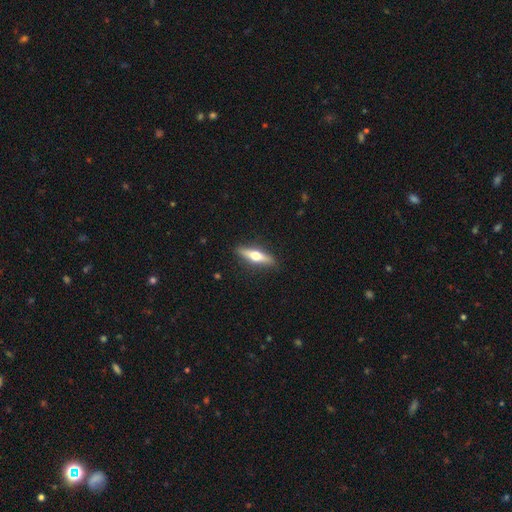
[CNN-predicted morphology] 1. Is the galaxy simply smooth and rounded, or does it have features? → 54% featured or disk, 40% smooth, 6% star or artifact.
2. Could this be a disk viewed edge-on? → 93% yes, 7% no.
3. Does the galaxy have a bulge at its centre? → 95% rounded, 3% none, 2% boxy.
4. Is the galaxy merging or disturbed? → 90% none, 8% minor disturbance, 2% major disturbance, 1% merger.